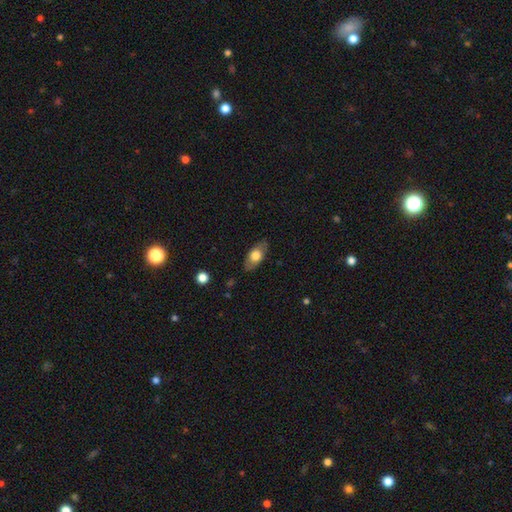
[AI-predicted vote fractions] Smooth or featured? Predicted: smooth (p=0.66). How rounded? Predicted: in between (p=0.86). Merging? Predicted: none (p=0.81).